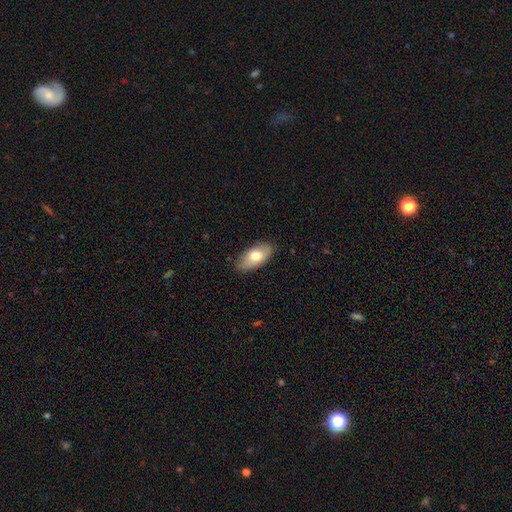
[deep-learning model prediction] A smooth galaxy with no disk features (73%) that is in between round and cigar-shaped (92%).

Vote fractions:
- Smooth or featured? smooth: 73% / featured or disk: 20% / star or artifact: 6%
- How rounded? in between: 92% / cigar-shaped: 5% / round: 3%
- Merging? none: 82% / minor disturbance: 15% / major disturbance: 3% / merger: 1%